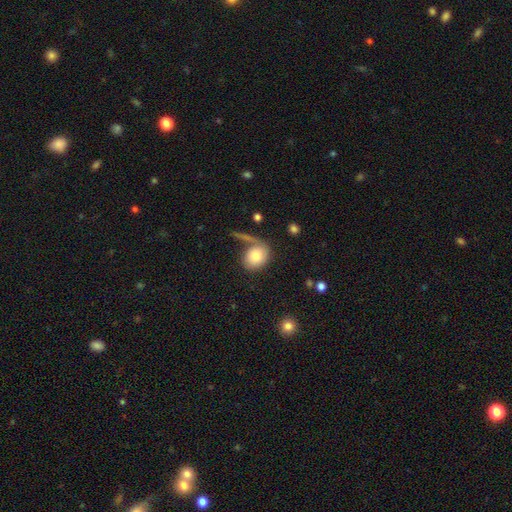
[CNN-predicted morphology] A smooth galaxy with no disk features (77%) that is round (55%).

Vote fractions:
- Smooth or featured? smooth: 77% / featured or disk: 16% / star or artifact: 7%
- How rounded? round: 55% / in between: 44% / cigar-shaped: 1%
- Merging? none: 50% / major disturbance: 18% / minor disturbance: 16% / merger: 16%